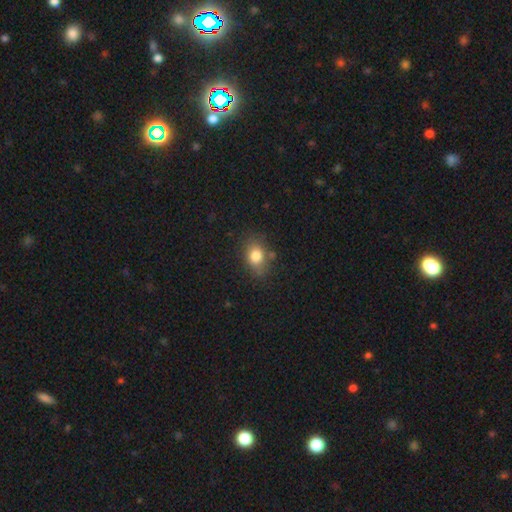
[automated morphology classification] A smooth galaxy with no disk features (80%) that is in between round and cigar-shaped (61%). Merging: none (74%).